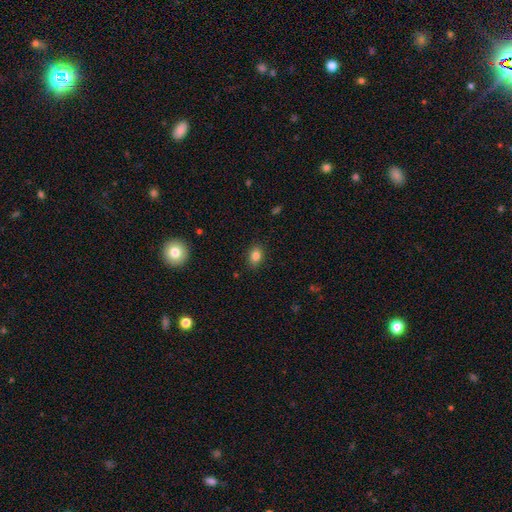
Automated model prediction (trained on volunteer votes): smooth_or_featured: smooth (p=0.83) [alt: star or artifact p=0.10]
how_rounded: in between (p=0.72) [alt: round p=0.27]
merging: none (p=0.87) [alt: minor disturbance p=0.10]